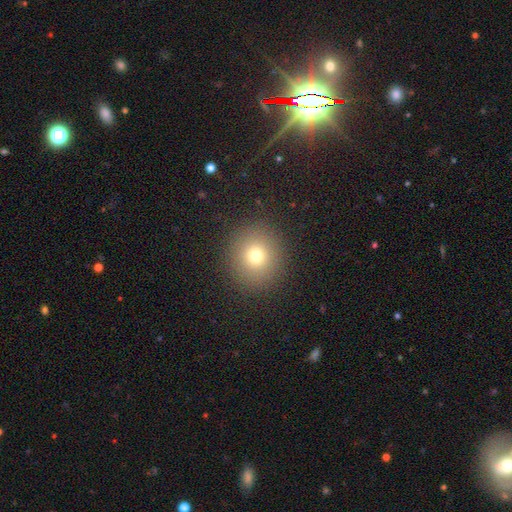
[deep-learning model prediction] smooth_or_featured: smooth (p=0.74) [alt: star or artifact p=0.16]
how_rounded: round (p=0.90) [alt: in between p=0.09]
merging: none (p=0.90) [alt: minor disturbance p=0.06]